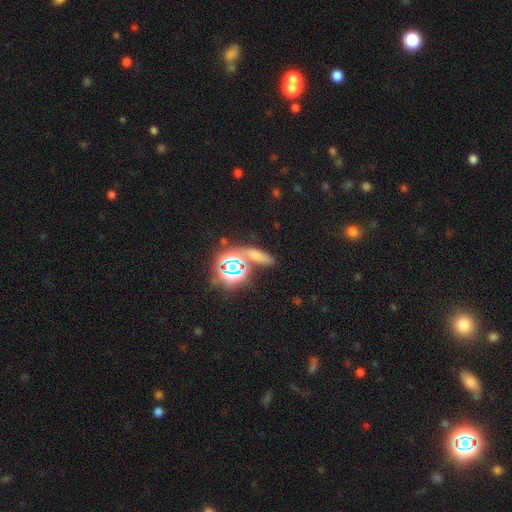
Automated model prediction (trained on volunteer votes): smooth 45%, star or artifact 41%, featured or disk 13%. Down the decision tree: merging — none (61%).